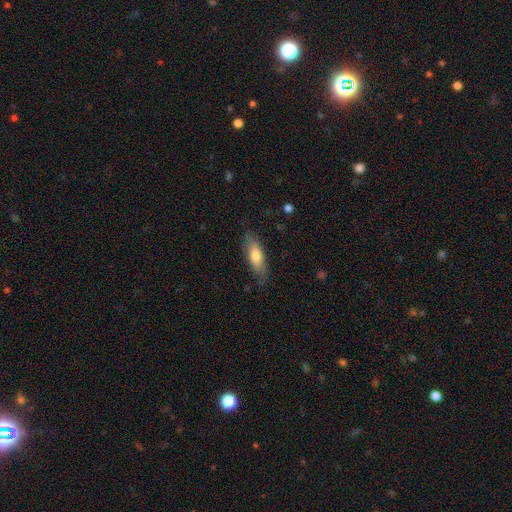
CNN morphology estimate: This is likely a smooth galaxy (70%). How rounded: possibly in between (57%). Merging: likely none (77%).